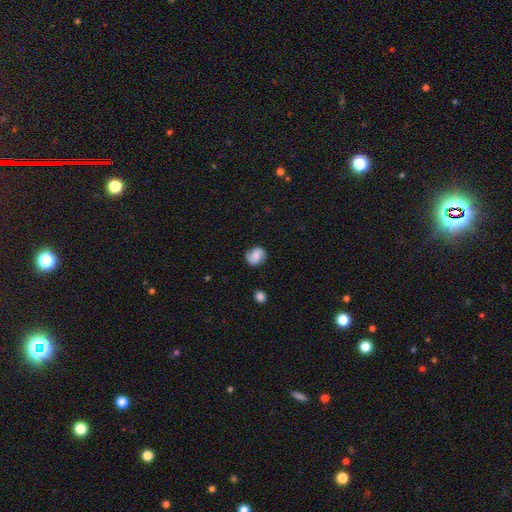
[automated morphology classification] smooth_or_featured: featured or disk (p=0.52) [alt: smooth p=0.39]
disk_edge_on: no (p=0.98) [alt: yes p=0.02]
bar: no (p=0.54) [alt: weak p=0.38]
has_spiral_arms: yes (p=0.93) [alt: no p=0.07]
bulge_size: moderate (p=0.32) [tied with: small p=0.32]
merging: none (p=0.79) [alt: minor disturbance p=0.15]